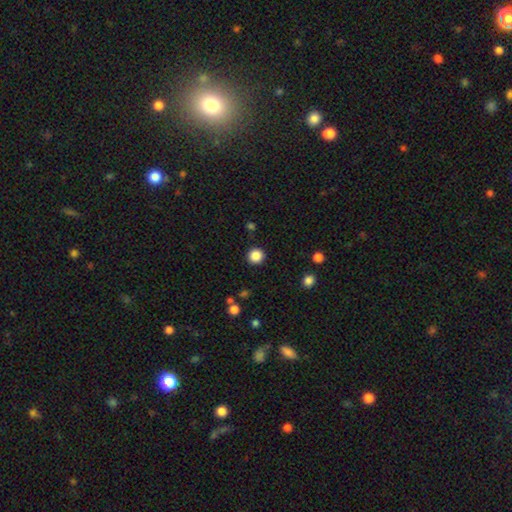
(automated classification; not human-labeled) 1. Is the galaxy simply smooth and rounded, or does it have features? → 86% smooth, 11% star or artifact, 3% featured or disk.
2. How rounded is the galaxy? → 93% round, 6% in between, 1% cigar-shaped.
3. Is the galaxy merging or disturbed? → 91% none, 5% minor disturbance, 2% major disturbance, 1% merger.